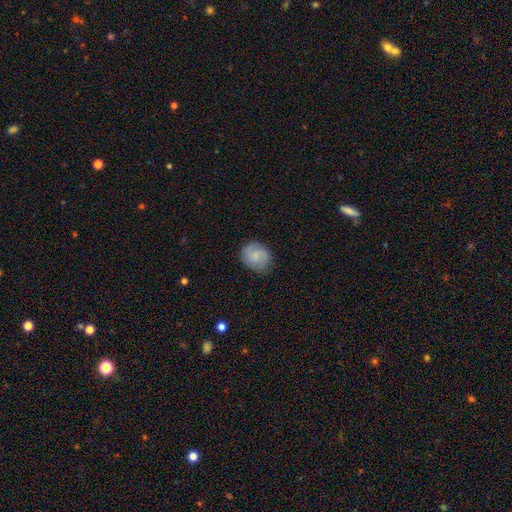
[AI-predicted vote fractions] Smooth or featured: smooth — 56% (featured or disk — 36%)
How rounded: round — 70% (in between — 29%)
Merging: none — 78% (minor disturbance — 16%)